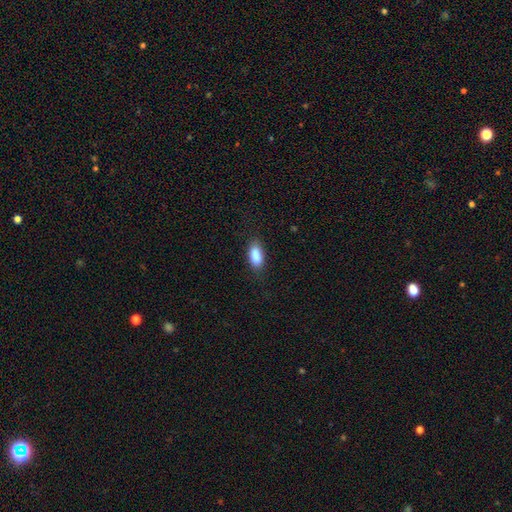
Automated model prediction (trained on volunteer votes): This appears to be a smooth galaxy with no disk features (88%) that is in between round and cigar-shaped (87%). Merging: none (80%).